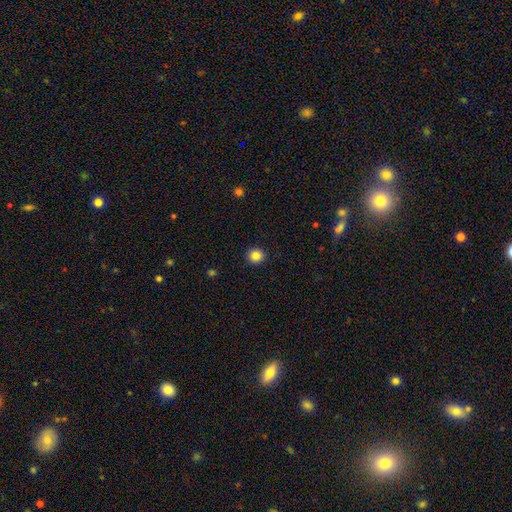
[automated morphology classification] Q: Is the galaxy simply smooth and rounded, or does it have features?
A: smooth — 85%.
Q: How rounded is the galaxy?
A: round — 91%.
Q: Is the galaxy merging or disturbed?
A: none — 92%.